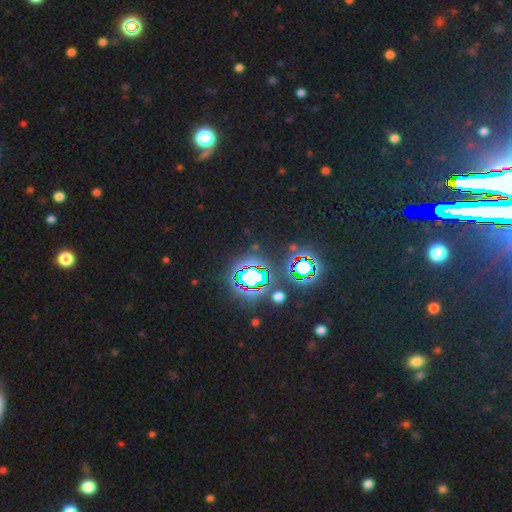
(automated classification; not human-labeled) Morphology: type=star or artifact (82%).